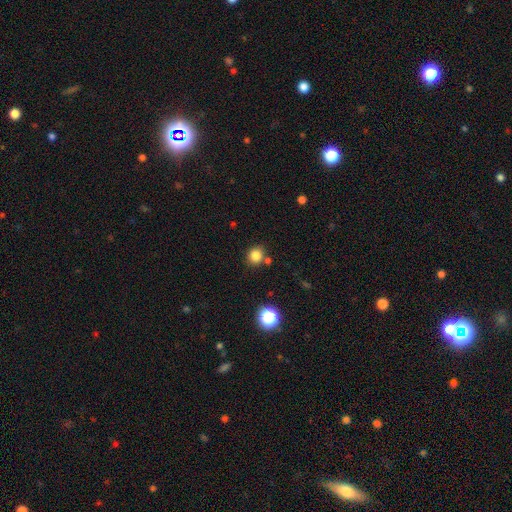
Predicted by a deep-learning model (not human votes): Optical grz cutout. It shows a smooth galaxy with no disk features (82%) that is round (79%). Merging: none (78%).